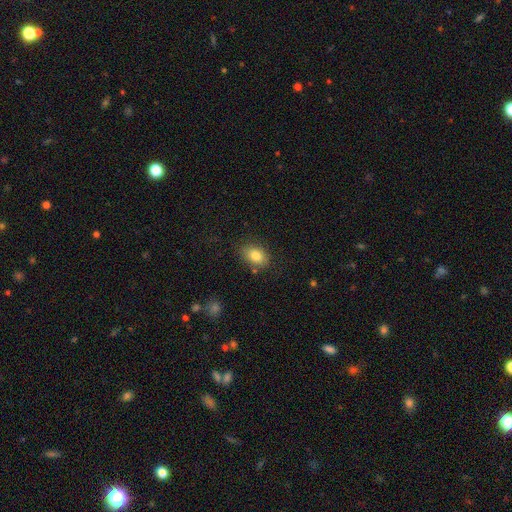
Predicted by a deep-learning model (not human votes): Smooth or featured? Predicted: smooth (p=0.83). How rounded? Predicted: in between (p=0.81). Merging? Predicted: none (p=0.79).